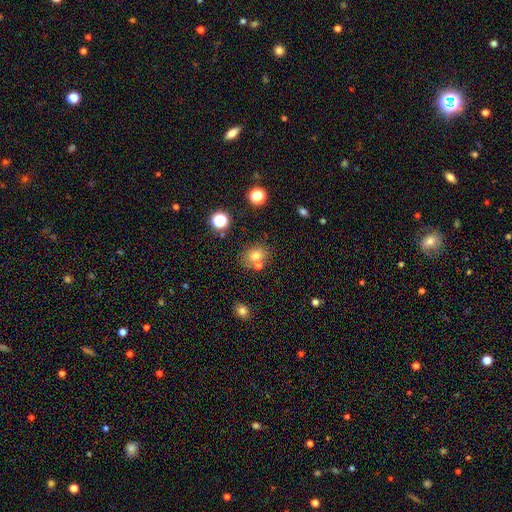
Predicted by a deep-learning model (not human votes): Smooth or featured? Predicted: smooth (p=0.71). How rounded? Predicted: round (p=0.56). Merging? Predicted: none (p=0.61).